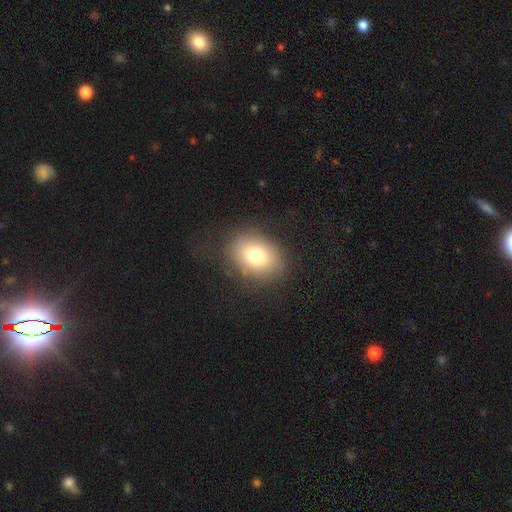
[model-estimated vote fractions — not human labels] A smooth galaxy with no disk features (76%) that is in between round and cigar-shaped (57%).

Vote fractions:
- Smooth or featured? smooth: 76% / featured or disk: 13% / star or artifact: 11%
- How rounded? in between: 57% / round: 42% / cigar-shaped: 1%
- Merging? none: 79% / minor disturbance: 13% / major disturbance: 7% / merger: 1%